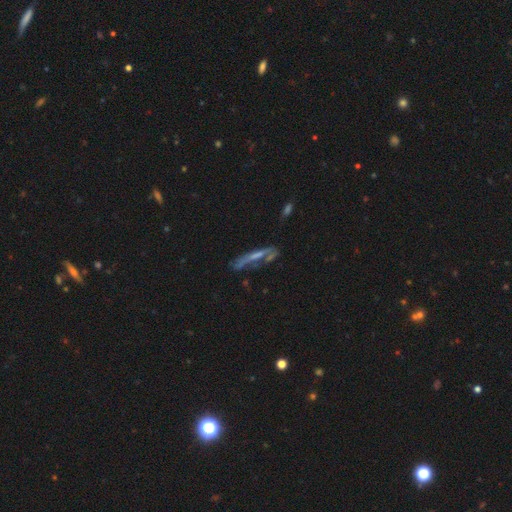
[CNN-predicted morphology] Smooth or featured? featured or disk (55%)
Edge-on disk? yes (60%)
Merging? none (49%)